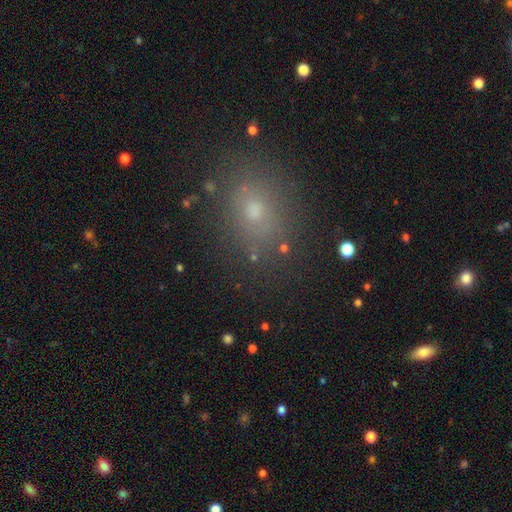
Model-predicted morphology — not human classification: Smooth or featured: smooth — 65% (star or artifact — 23%)
How rounded: round — 52% (in between — 47%)
Merging: none — 82% (minor disturbance — 11%)